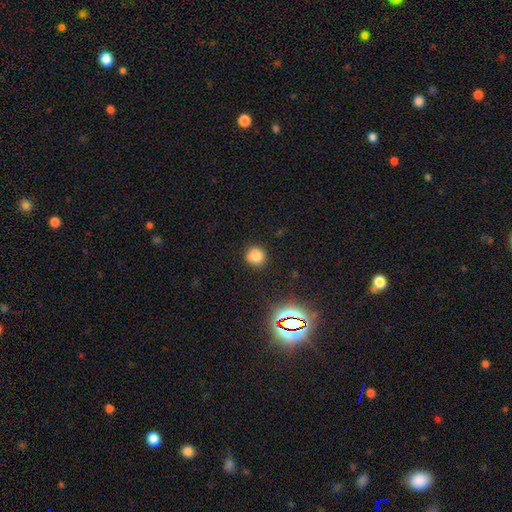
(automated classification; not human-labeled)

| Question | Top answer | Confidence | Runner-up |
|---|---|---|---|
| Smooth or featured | smooth | 76% | star or artifact (16%) |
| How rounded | round | 85% | in between (14%) |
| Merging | none | 76% | minor disturbance (13%) |